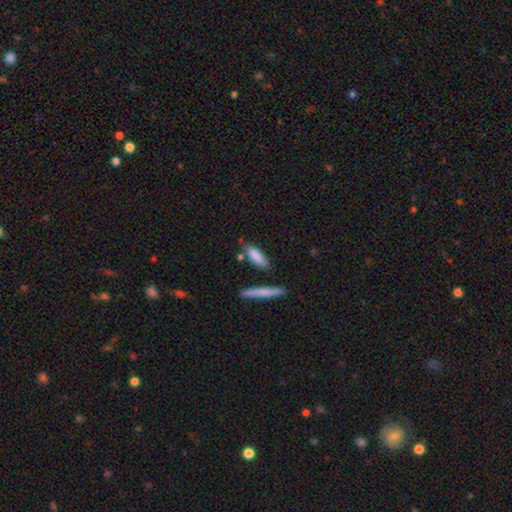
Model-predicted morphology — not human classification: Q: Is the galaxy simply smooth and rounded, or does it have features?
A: smooth — 82%.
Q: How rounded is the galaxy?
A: cigar-shaped — 55%.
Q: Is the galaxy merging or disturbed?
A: none — 70%.